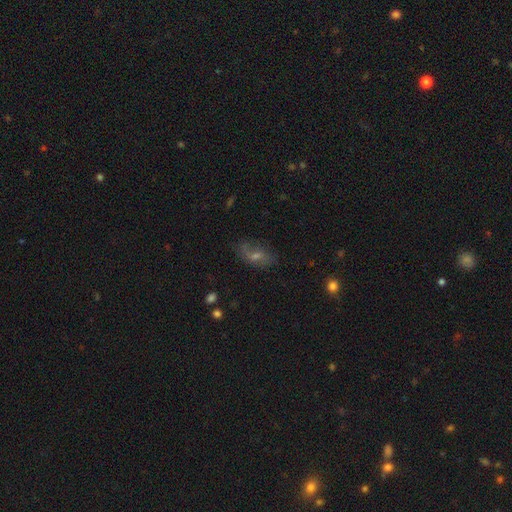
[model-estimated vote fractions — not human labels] Smooth or featured: smooth — 40% (featured or disk — 39%)
Merging: none — 65% (minor disturbance — 21%)